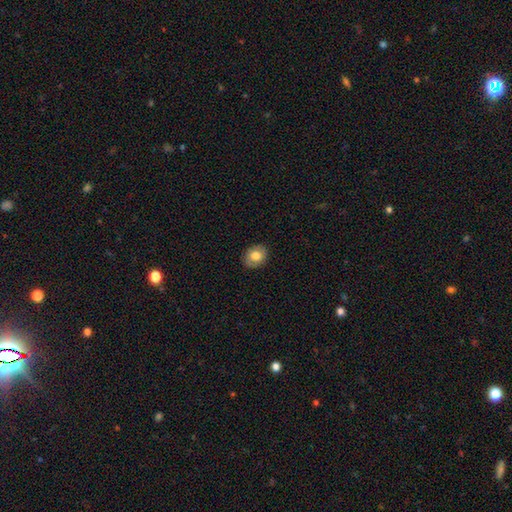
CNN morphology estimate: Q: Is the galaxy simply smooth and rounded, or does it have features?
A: smooth — 74%.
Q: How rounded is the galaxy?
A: in between — 52%.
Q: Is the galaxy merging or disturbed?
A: none — 86%.